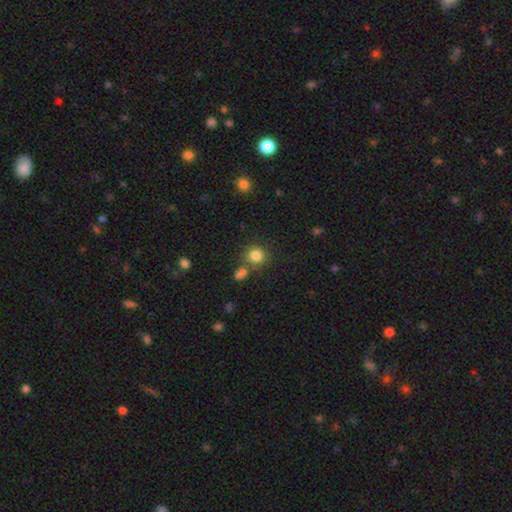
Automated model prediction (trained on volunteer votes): Smooth or featured: smooth — 83% (star or artifact — 11%)
How rounded: round — 88% (in between — 11%)
Merging: none — 73% (merger — 14%)